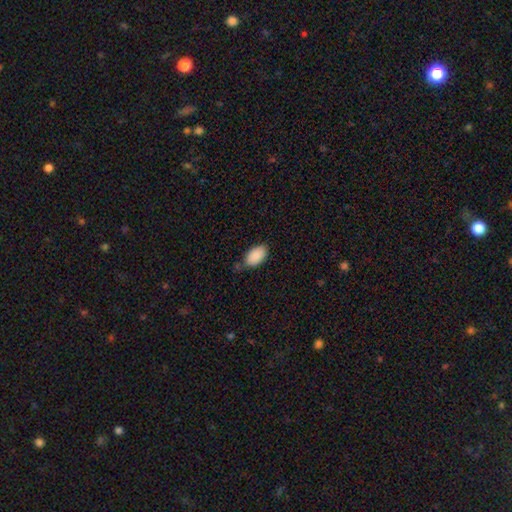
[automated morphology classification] Smooth or featured? smooth (90%)
How rounded? in between (95%)
Merging? none (68%)